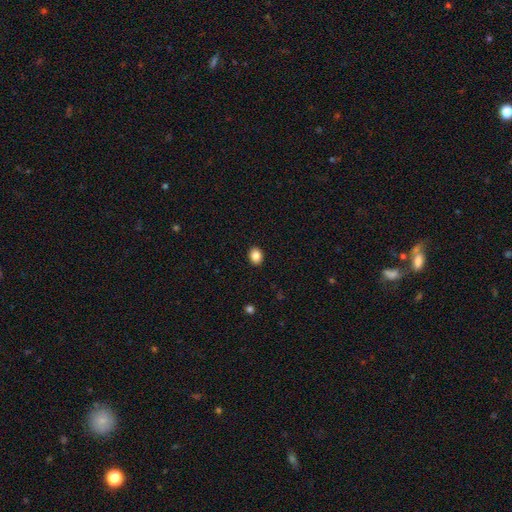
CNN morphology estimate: A smooth galaxy with no disk features (85%) that is in between round and cigar-shaped (50%). Merging: none (91%).